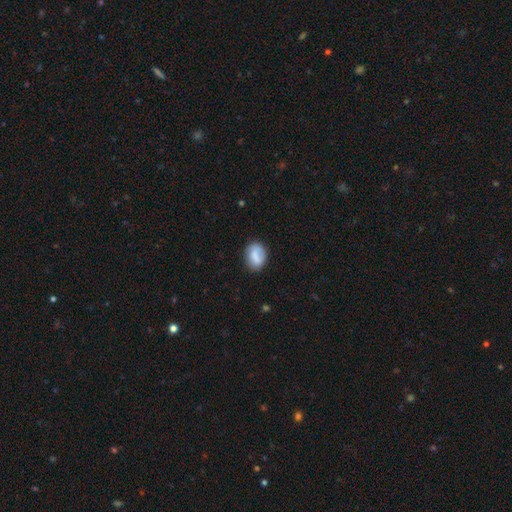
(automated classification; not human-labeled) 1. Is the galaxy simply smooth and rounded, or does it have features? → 76% smooth, 17% featured or disk, 7% star or artifact.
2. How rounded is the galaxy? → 70% in between, 28% round, 2% cigar-shaped.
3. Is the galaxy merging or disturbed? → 77% none, 17% minor disturbance, 5% major disturbance, 2% merger.